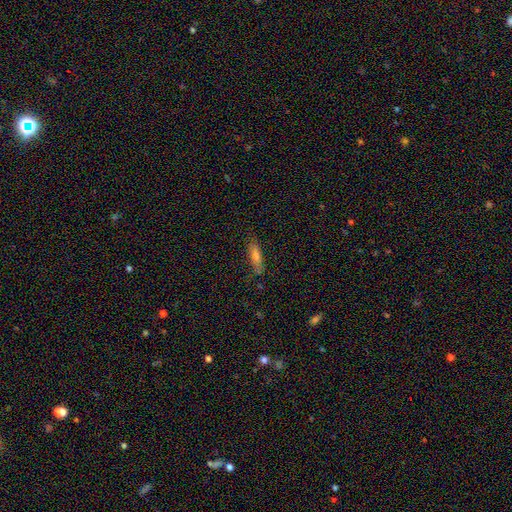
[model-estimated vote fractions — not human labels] smooth_or_featured: smooth (p=0.63) [alt: featured or disk p=0.27]
how_rounded: cigar-shaped (p=0.62) [alt: in between p=0.36]
merging: none (p=0.74) [alt: minor disturbance p=0.19]